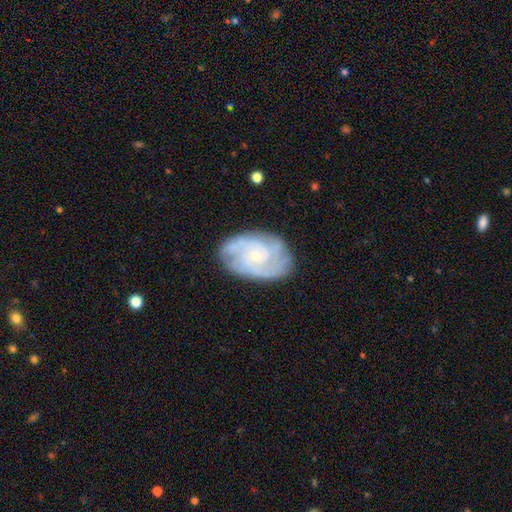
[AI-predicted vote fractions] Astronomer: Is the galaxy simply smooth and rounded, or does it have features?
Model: featured or disk — 83%.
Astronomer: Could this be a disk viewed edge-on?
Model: no — 97%.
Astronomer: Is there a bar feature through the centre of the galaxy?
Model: no — 68%.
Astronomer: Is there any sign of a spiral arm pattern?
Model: yes — 96%.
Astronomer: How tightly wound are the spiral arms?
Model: tight — 57% (runner-up: medium, 36%).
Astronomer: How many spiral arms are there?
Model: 2 — 28% (runner-up: 3, 27%).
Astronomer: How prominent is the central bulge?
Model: small — 71%.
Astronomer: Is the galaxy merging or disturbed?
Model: none — 77%.